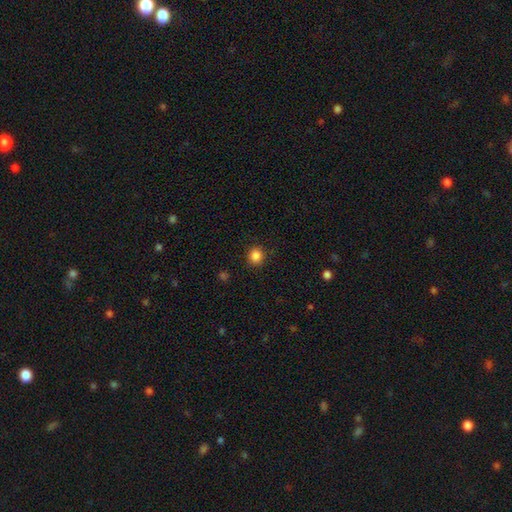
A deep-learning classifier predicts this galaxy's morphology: smooth 86%, star or artifact 11%, featured or disk 3%. Down the decision tree: how rounded — round (86%); merging — none (91%).